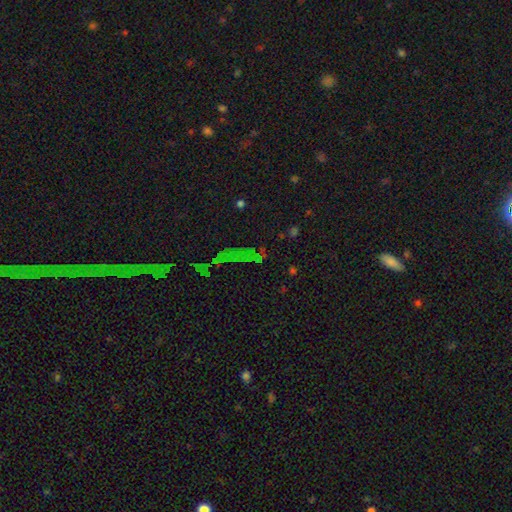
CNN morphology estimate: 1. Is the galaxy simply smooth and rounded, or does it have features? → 64% star or artifact, 22% smooth, 14% featured or disk.